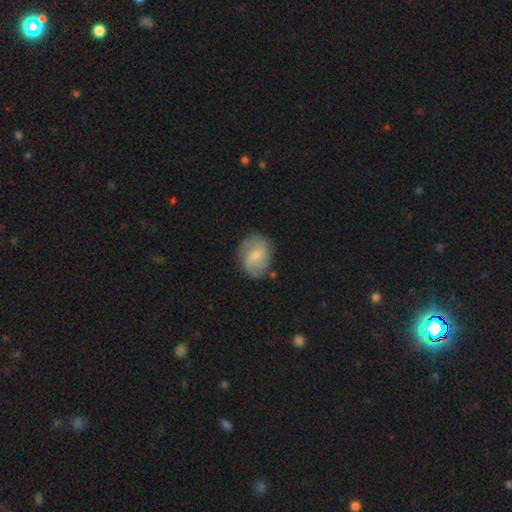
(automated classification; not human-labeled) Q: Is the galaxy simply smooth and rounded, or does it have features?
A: featured or disk — 54%.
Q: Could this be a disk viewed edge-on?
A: no — 97%.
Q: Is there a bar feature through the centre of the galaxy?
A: no — 47%.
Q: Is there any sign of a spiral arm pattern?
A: yes — 85%.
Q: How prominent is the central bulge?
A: small — 61%.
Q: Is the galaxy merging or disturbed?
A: none — 71%.